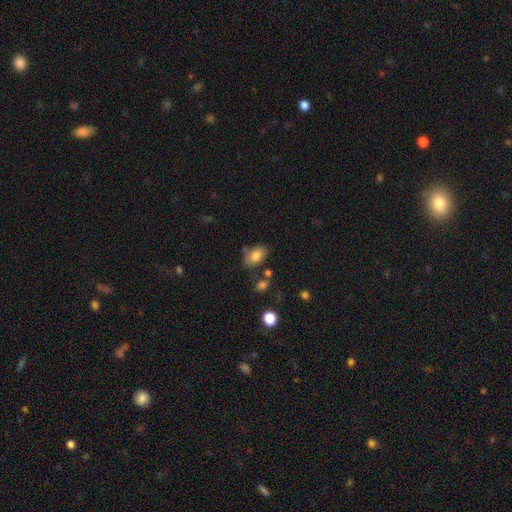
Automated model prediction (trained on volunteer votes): A smooth galaxy with no disk features (80%) that is in between round and cigar-shaped (84%).

Vote fractions:
- Smooth or featured? smooth: 80% / featured or disk: 11% / star or artifact: 9%
- How rounded? in between: 84% / round: 15% / cigar-shaped: 1%
- Merging? none: 67% / minor disturbance: 19% / merger: 9% / major disturbance: 5%